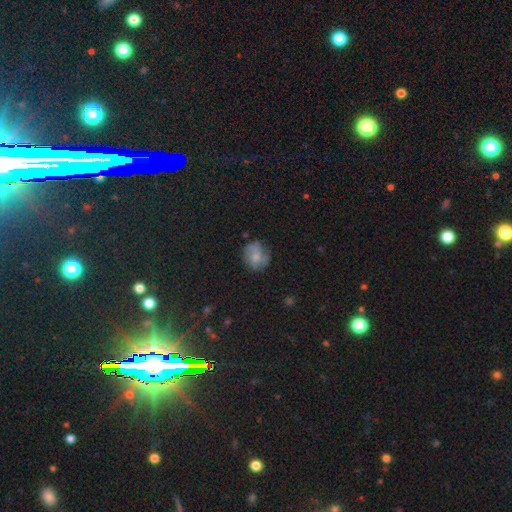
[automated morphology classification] Overall: smooth (51%; featured or disk 38%). How rounded: round (75%). Merging: none (64%).